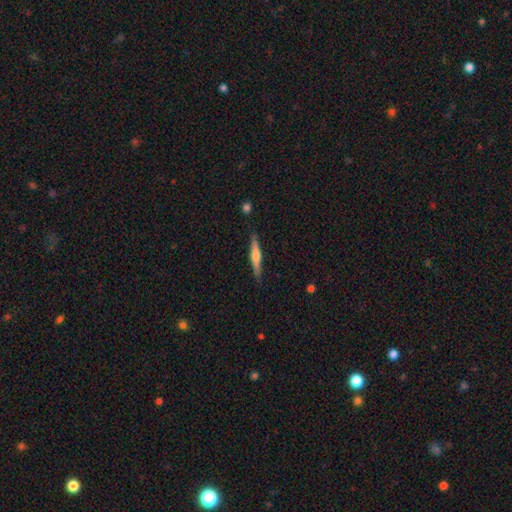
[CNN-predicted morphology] featured or disk 53%, smooth 42%, star or artifact 6%. Down the decision tree: edge-on disk — yes (97%); edge-on bulge — rounded (76%); merging — none (88%).